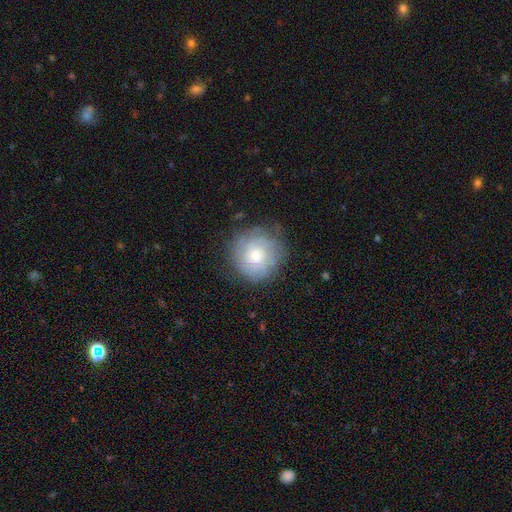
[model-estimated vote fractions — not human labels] The model was most divided on "smooth or featured": featured or disk: 53%, smooth: 39%, star or artifact: 8%. More confident: edge-on disk — no (98%); bar — no (81%); merging — none (75%); spiral arms — yes (75%); bulge size — moderate (55%).